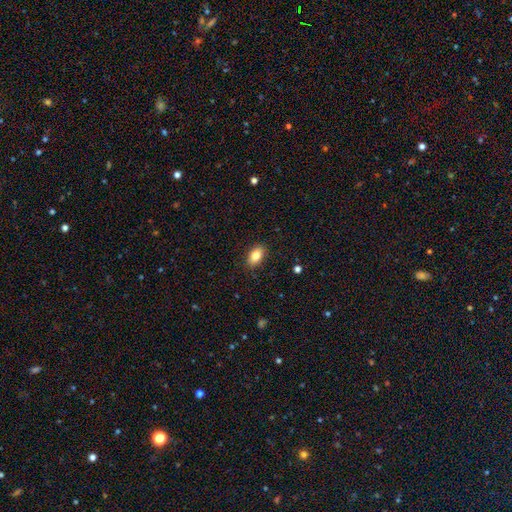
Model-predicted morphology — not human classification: Smooth or featured: smooth — 83% (featured or disk — 9%)
How rounded: in between — 89% (round — 9%)
Merging: none — 88% (minor disturbance — 9%)